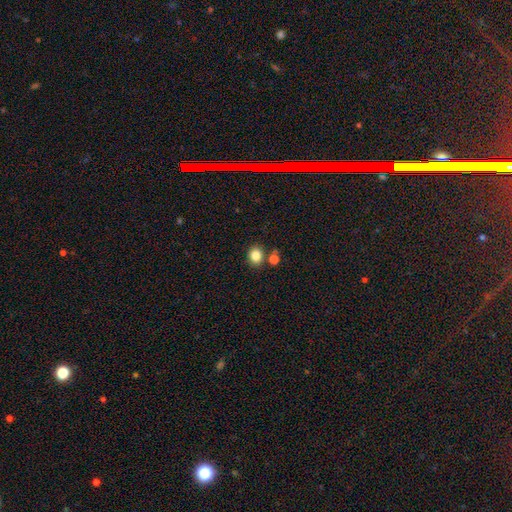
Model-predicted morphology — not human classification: smooth-or-featured: smooth: 83% | star or artifact: 11% | featured or disk: 5%
  how-rounded: round: 71% | in between: 28% | cigar-shaped: 1%
  merging: none: 78% | merger: 11% | minor disturbance: 9% | major disturbance: 3%